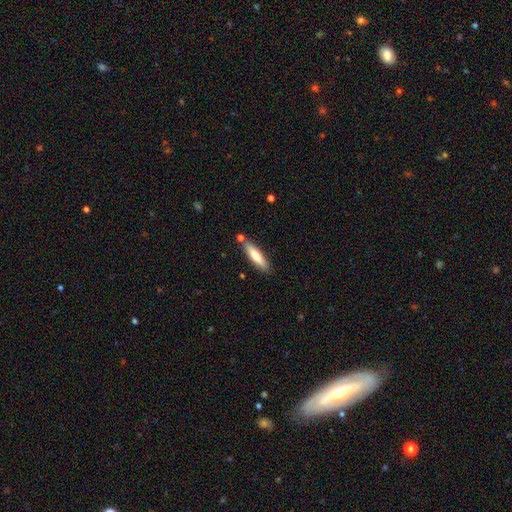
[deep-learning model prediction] Morphology: type=smooth (75%); roundness=cigar-shaped (78%); merging=none (80%).